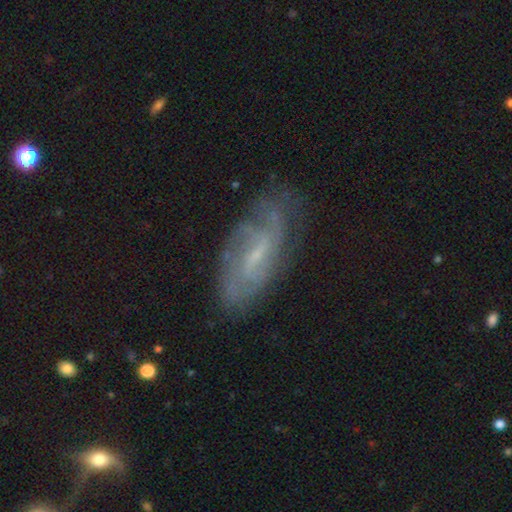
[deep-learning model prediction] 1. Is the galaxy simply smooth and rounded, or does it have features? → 72% featured or disk, 20% smooth, 8% star or artifact.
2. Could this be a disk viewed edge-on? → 90% no, 10% yes.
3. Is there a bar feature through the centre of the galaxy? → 55% weak, 32% no, 14% strong.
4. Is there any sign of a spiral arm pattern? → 85% yes, 15% no.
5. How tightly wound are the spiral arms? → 39% medium, 38% tight, 22% loose.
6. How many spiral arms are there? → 46% can't tell, 33% 2, 9% 3, 5% 1, 4% 4, 3% more than 4.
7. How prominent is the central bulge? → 62% small, 22% moderate, 14% none, 1% large, 1% dominant.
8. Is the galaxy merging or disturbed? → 70% none, 20% minor disturbance, 8% major disturbance, 2% merger.